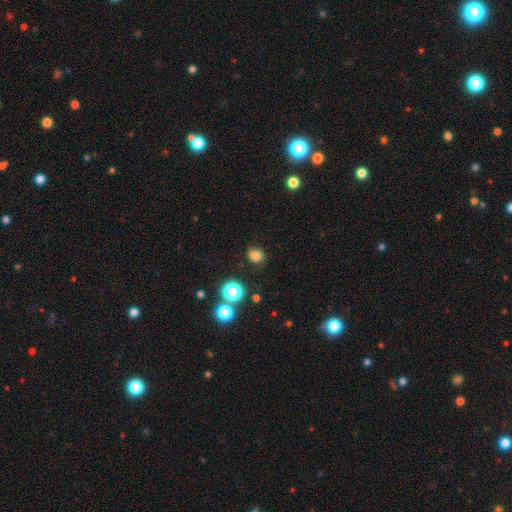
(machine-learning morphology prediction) smooth 76%, star or artifact 17%, featured or disk 7%. Down the decision tree: how rounded — round (68%); merging — none (78%).